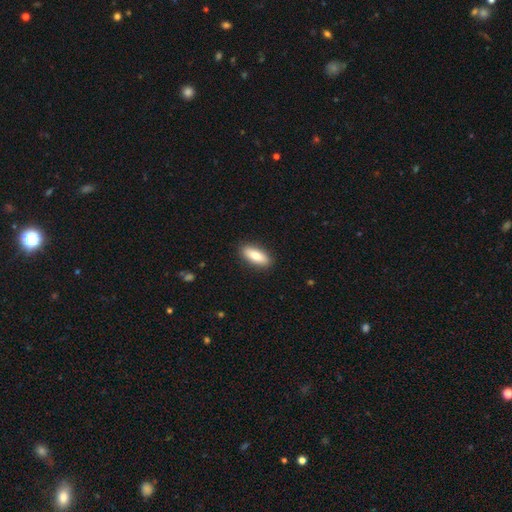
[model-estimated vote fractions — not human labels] smooth_or_featured: smooth (p=0.82) [alt: featured or disk p=0.12]
how_rounded: in between (p=0.74) [alt: cigar-shaped p=0.24]
merging: none (p=0.89) [alt: minor disturbance p=0.08]